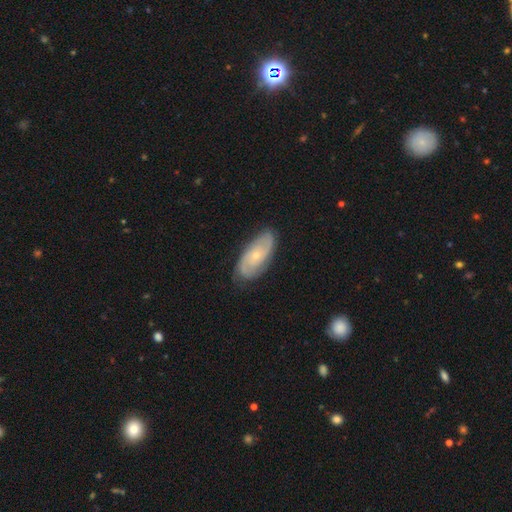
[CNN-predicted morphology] A featured or disk galaxy (72%) with no bar (74%), 2 (55%) tight (49%) spiral arms (92%) and a small central bulge (72%).

Vote fractions:
- Smooth or featured? featured or disk: 72% / smooth: 22% / star or artifact: 6%
- Edge-on disk? no: 93% / yes: 7%
- Bar? no: 74% / weak: 22% / strong: 4%
- Spiral arms? yes: 92% / no: 8%
- Spiral winding? tight: 49% / medium: 38% / loose: 13%
- Spiral arm count? 2: 55% / can't tell: 23% / 3: 12% / 4: 4% / 1: 3% / more than 4: 3%
- Bulge size? small: 72% / moderate: 25% / none: 2% / large: 1% / dominant: 1%
- Merging? none: 79% / minor disturbance: 17% / major disturbance: 4% / merger: 1%